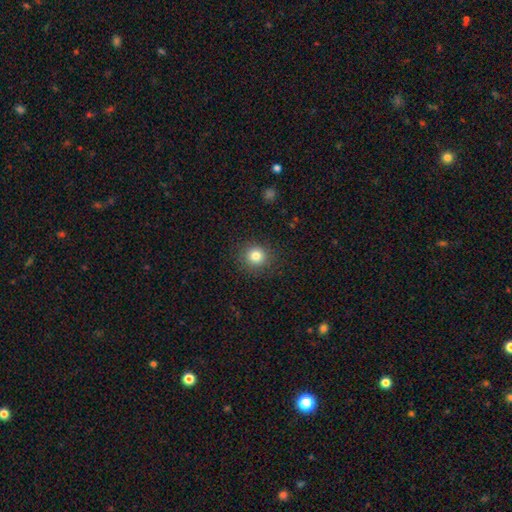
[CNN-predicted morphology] This is clearly a smooth galaxy (82%). How rounded: clearly round (90%). Merging: clearly none (89%).